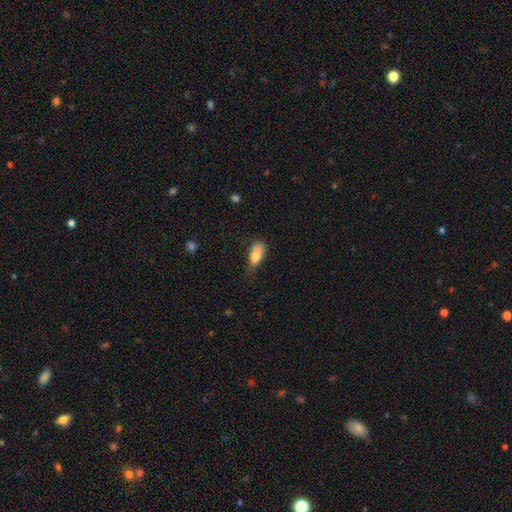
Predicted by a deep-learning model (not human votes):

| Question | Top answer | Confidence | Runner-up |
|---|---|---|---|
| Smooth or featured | smooth | 81% | featured or disk (12%) |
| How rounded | in between | 84% | cigar-shaped (12%) |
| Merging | none | 51% | minor disturbance (36%) |